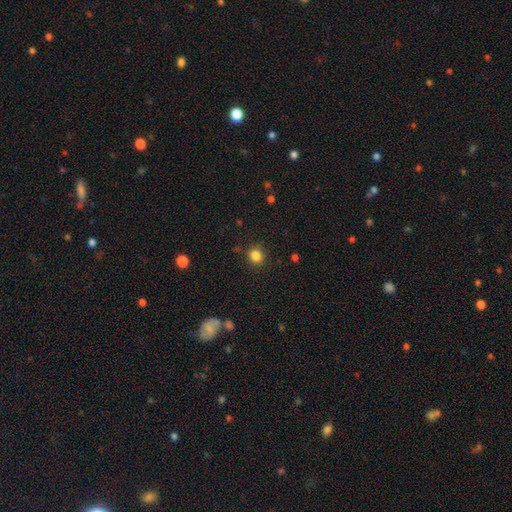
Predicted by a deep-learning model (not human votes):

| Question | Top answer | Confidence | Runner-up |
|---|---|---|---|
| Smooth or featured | smooth | 84% | star or artifact (11%) |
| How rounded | round | 83% | in between (16%) |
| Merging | none | 85% | minor disturbance (10%) |